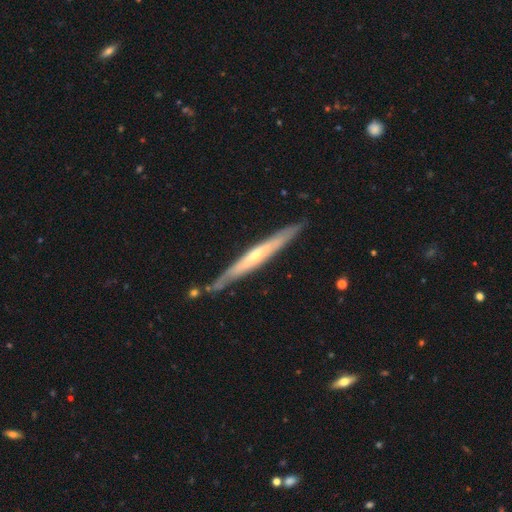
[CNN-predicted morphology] smooth_or_featured: featured or disk (p=0.70) [alt: smooth p=0.24]
disk_edge_on: yes (p=0.92) [alt: no p=0.08]
edge_on_bulge: rounded (p=0.59) [alt: none p=0.37]
merging: none (p=0.83) [alt: minor disturbance p=0.12]